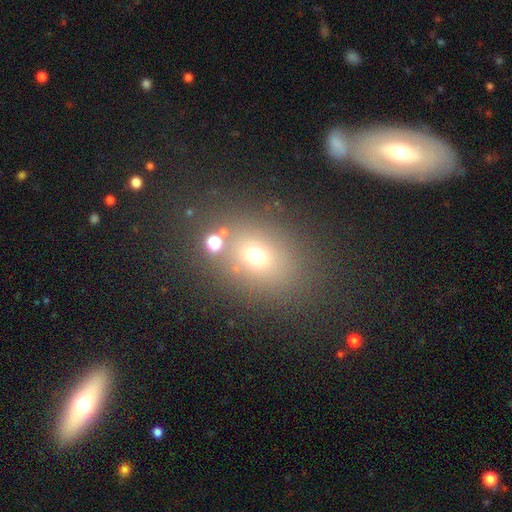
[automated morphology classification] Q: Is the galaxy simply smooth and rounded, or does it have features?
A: smooth — 66%.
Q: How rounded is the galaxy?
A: in between — 54%.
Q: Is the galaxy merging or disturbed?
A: none — 73%.